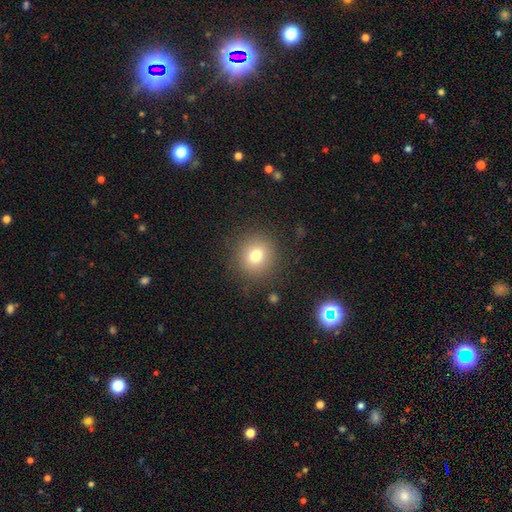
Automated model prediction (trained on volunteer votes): This is likely a smooth galaxy (75%). How rounded: clearly round (91%). Merging: clearly none (88%).